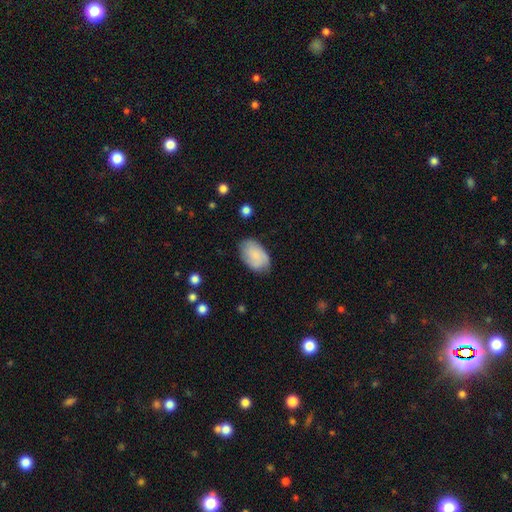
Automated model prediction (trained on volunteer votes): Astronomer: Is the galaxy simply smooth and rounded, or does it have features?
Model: smooth — 73%.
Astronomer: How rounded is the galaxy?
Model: in between — 92%.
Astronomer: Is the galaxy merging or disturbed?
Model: none — 73%.